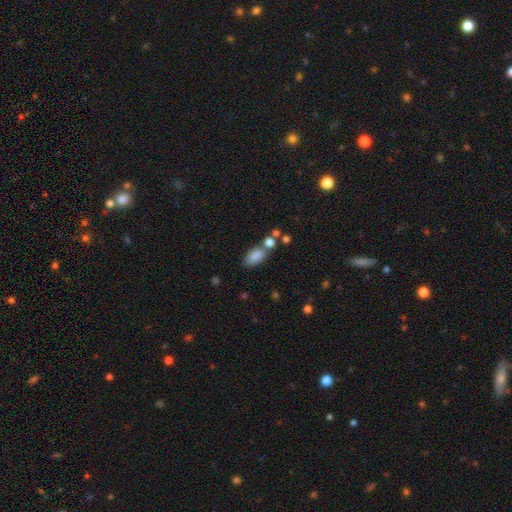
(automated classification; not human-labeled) smooth_or_featured: smooth (p=0.85) [alt: star or artifact p=0.09]
how_rounded: in between (p=0.90) [alt: round p=0.06]
merging: none (p=0.58) [alt: merger p=0.20]